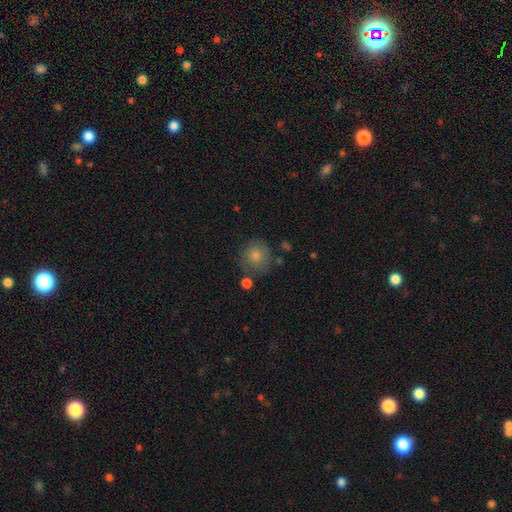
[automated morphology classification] A smooth galaxy with no disk features (80%) that is round (88%).

Vote fractions:
- Smooth or featured? smooth: 80% / featured or disk: 11% / star or artifact: 8%
- How rounded? round: 88% / in between: 11% / cigar-shaped: 1%
- Merging? none: 67% / minor disturbance: 19% / merger: 8% / major disturbance: 7%